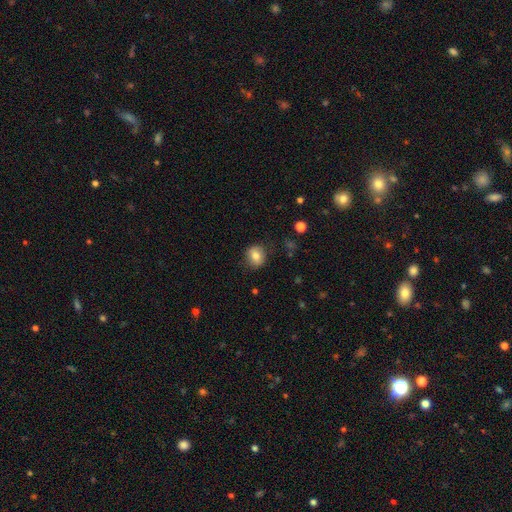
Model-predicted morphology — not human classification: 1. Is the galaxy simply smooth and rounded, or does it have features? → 76% smooth, 15% featured or disk, 10% star or artifact.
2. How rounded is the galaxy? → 71% round, 28% in between, 1% cigar-shaped.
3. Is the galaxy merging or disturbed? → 82% none, 13% minor disturbance, 4% major disturbance, 1% merger.